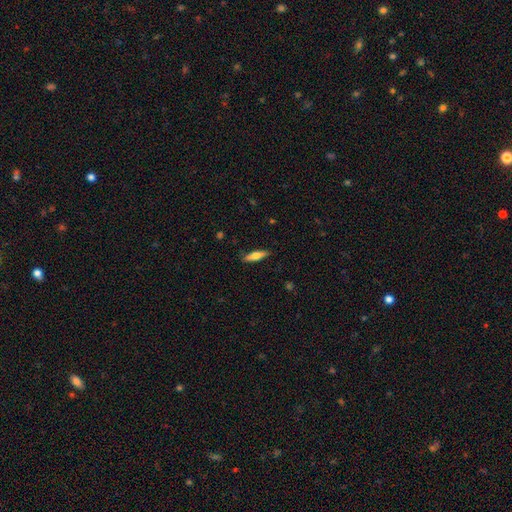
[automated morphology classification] smooth 59%, featured or disk 35%, star or artifact 6%. Down the decision tree: how rounded — cigar-shaped (66%); merging — none (86%).